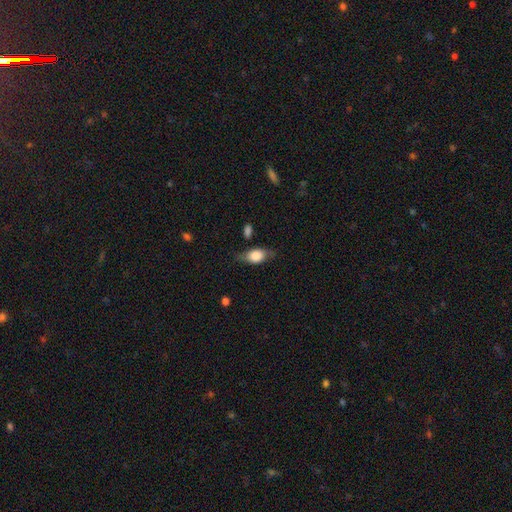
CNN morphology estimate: smooth-or-featured: smooth: 65% | featured or disk: 27% | star or artifact: 7%
  how-rounded: in between: 79% | round: 13% | cigar-shaped: 8%
  merging: none: 64% | minor disturbance: 24% | major disturbance: 9% | merger: 3%